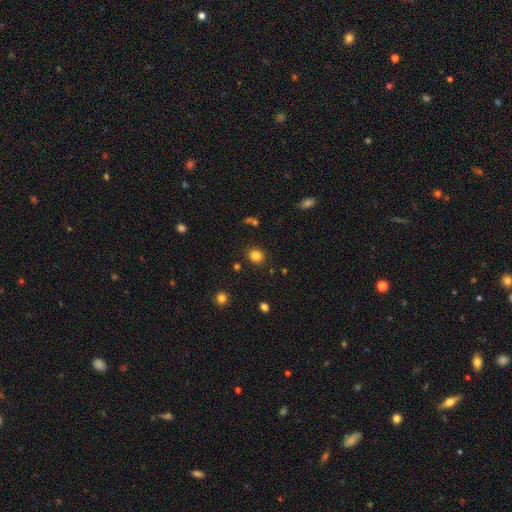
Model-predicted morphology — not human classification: This appears to be a smooth galaxy with no disk features (83%) that is round (75%). Merging: none (87%).